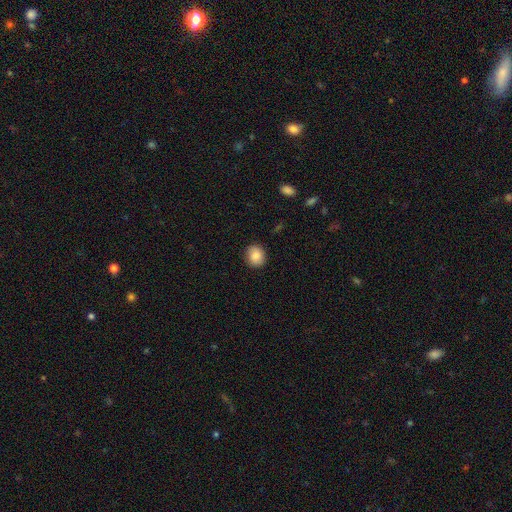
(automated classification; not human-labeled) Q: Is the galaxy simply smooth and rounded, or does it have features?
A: smooth — 86%.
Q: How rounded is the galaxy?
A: round — 70%.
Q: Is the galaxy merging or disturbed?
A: none — 88%.